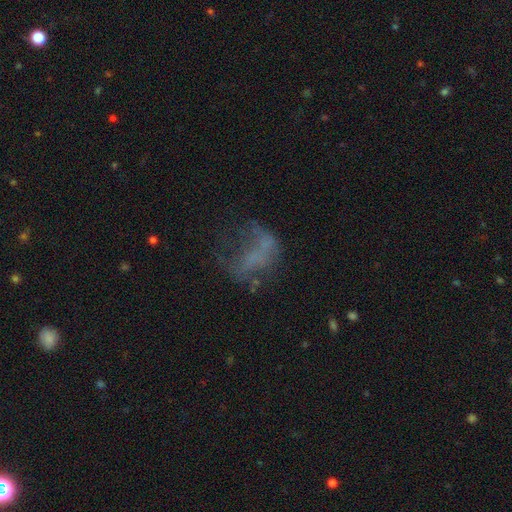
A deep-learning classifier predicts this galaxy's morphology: smooth-or-featured: featured or disk: 46% | smooth: 32% | star or artifact: 22%
  merging: major disturbance: 41% | none: 35% | minor disturbance: 18% | merger: 6%